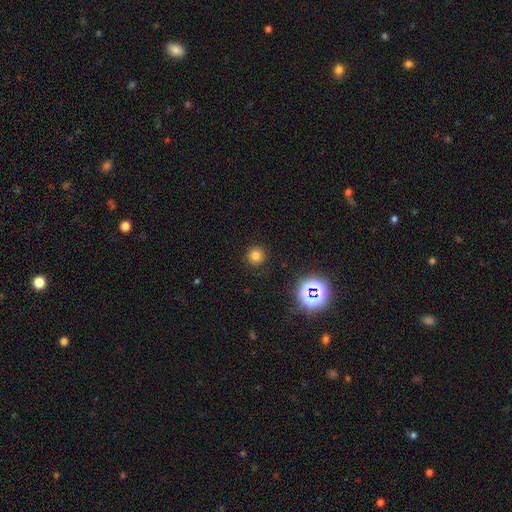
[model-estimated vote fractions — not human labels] This is likely a smooth galaxy (75%). How rounded: clearly round (94%). Merging: clearly none (90%).